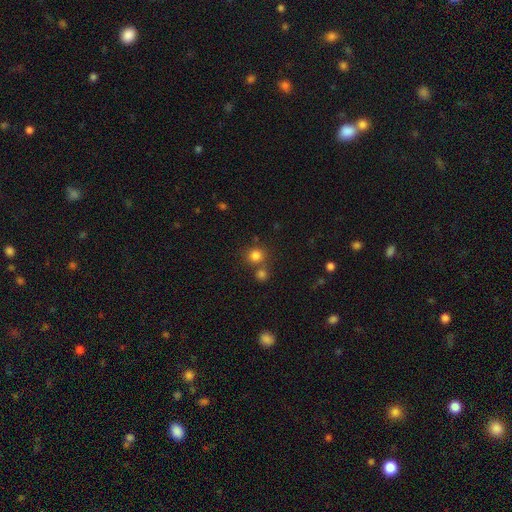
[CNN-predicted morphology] A smooth galaxy with no disk features (81%) that is round (89%). Merging: none (67%).